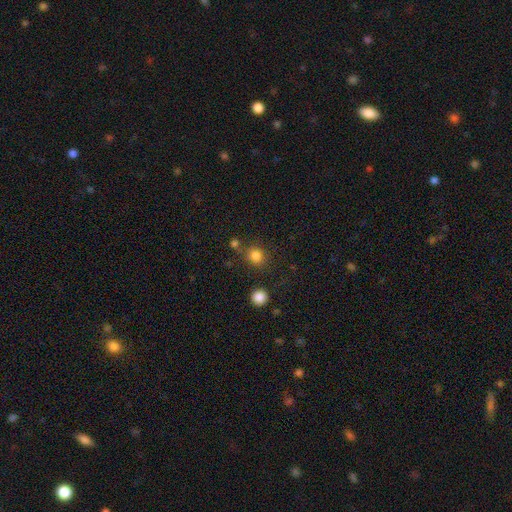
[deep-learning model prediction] Smooth or featured? smooth (82%)
How rounded? round (84%)
Merging? none (75%)